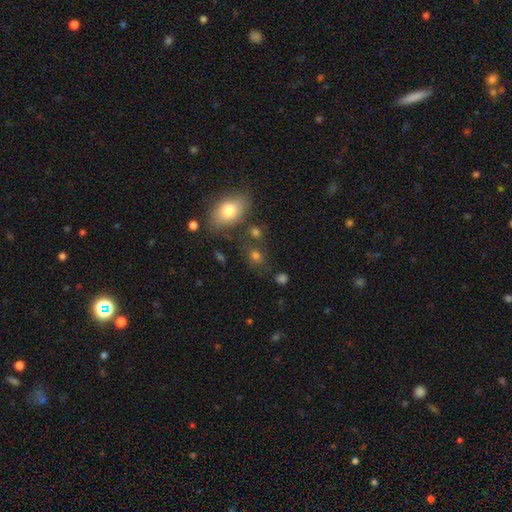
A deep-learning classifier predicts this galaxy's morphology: type=smooth (70%); roundness=in between (53%); merging=none (70%).